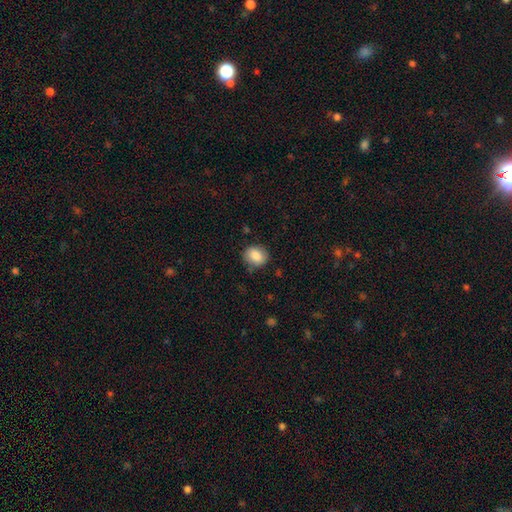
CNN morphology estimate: smooth 85%, star or artifact 8%, featured or disk 8%. Down the decision tree: how rounded — round (64%); merging — none (80%).